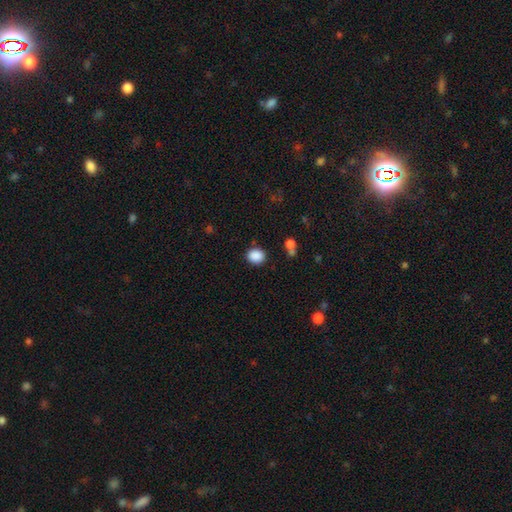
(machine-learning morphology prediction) smooth-or-featured: smooth: 88% | star or artifact: 9% | featured or disk: 3%
  how-rounded: round: 63% | in between: 36% | cigar-shaped: 1%
  merging: none: 84% | minor disturbance: 10% | merger: 3% | major disturbance: 3%